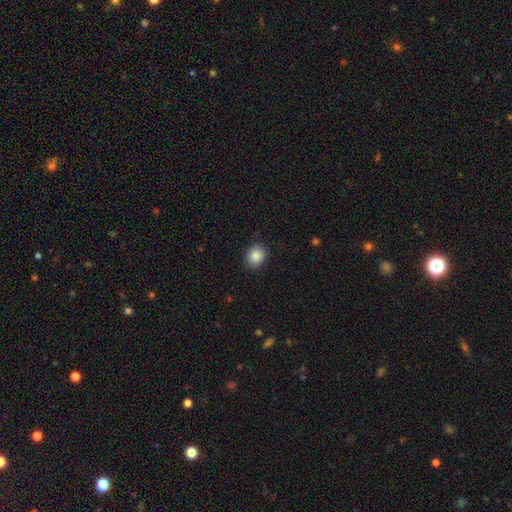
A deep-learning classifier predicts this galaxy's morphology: A smooth galaxy with no disk features (88%) that is round (63%). Merging: none (88%).